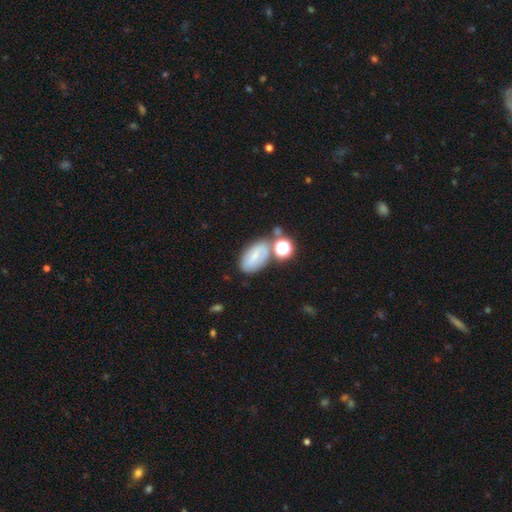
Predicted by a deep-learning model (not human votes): Smooth or featured? Predicted: smooth (p=0.51). How rounded? Predicted: in between (p=0.87). Merging? Predicted: none (p=0.57).